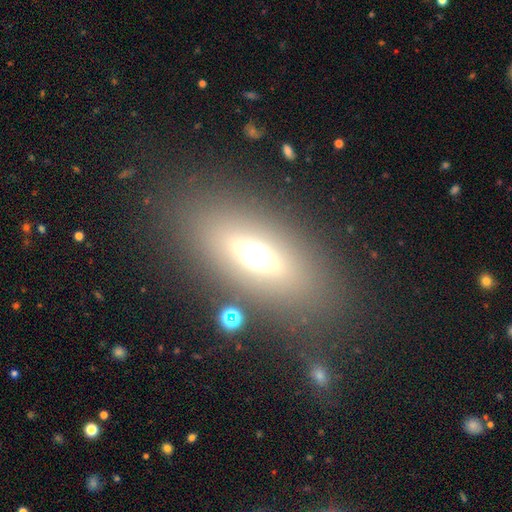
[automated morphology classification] smooth-or-featured: smooth: 49% | featured or disk: 35% | star or artifact: 16%
  merging: none: 80% | minor disturbance: 10% | major disturbance: 7% | merger: 3%